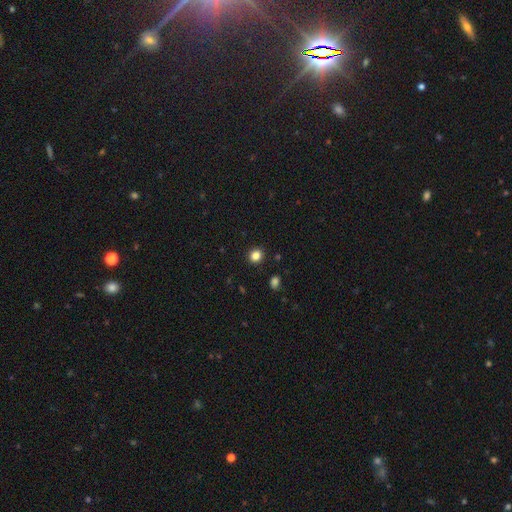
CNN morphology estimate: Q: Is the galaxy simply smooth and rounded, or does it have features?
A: smooth — 84%.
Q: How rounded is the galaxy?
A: round — 78%.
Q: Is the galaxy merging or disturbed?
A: none — 92%.